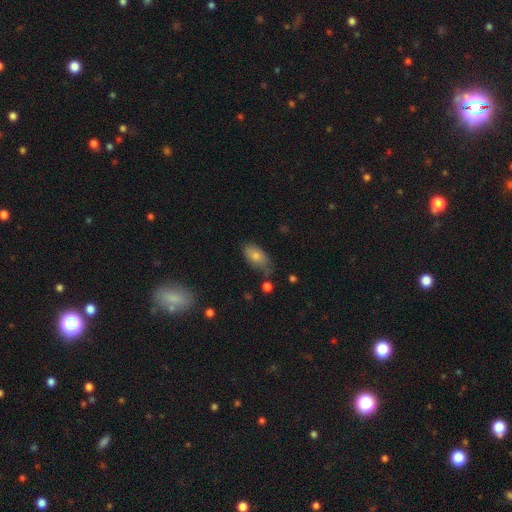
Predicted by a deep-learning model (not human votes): Smooth or featured?
  - smooth: 77% *
  - featured or disk: 15%
  - star or artifact: 8%
How rounded?
  - in between: 91% *
  - round: 5%
  - cigar-shaped: 4%
Merging?
  - none: 55% *
  - minor disturbance: 32%
  - major disturbance: 8%
  - merger: 5%